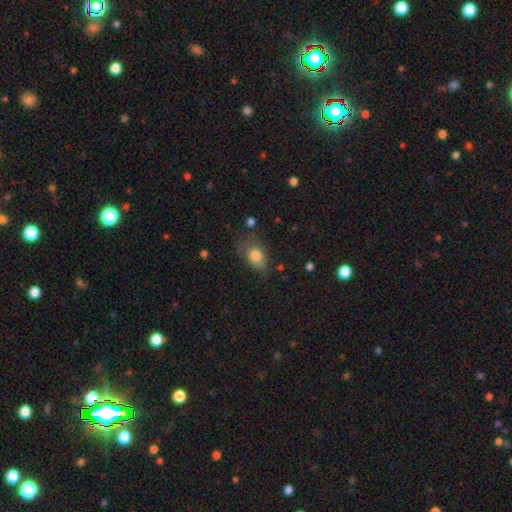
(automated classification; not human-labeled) smooth-or-featured: smooth: 79% | featured or disk: 12% | star or artifact: 9%
  how-rounded: in between: 76% | round: 22% | cigar-shaped: 2%
  merging: none: 57% | minor disturbance: 28% | major disturbance: 12% | merger: 3%